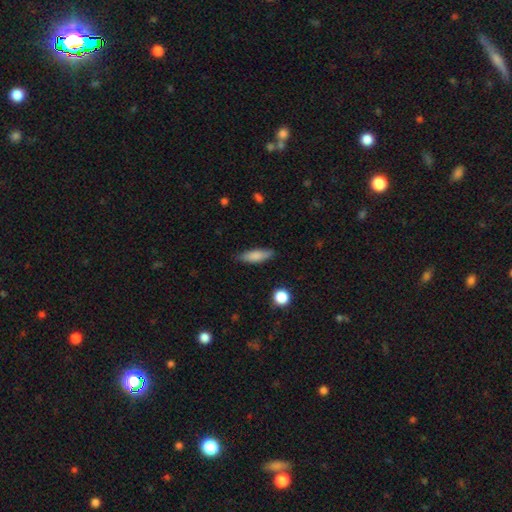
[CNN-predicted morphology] A smooth galaxy with no disk features (81%) that is in between round and cigar-shaped (51%). Merging: none (81%).